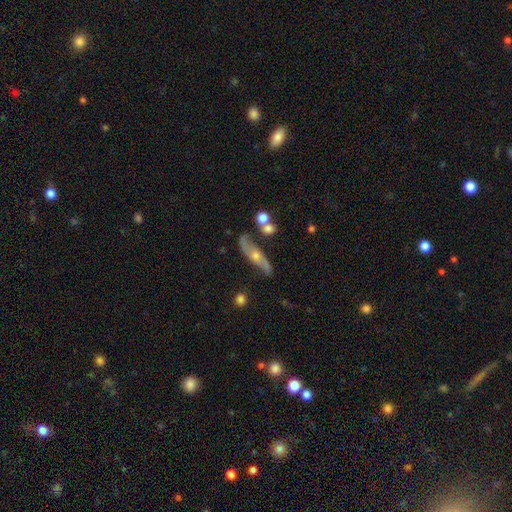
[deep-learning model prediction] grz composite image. It shows a featured or disk galaxy (75%) with no bar (71%), spiral arms (88%) and a moderate central bulge (53%). Merging: none (66%).